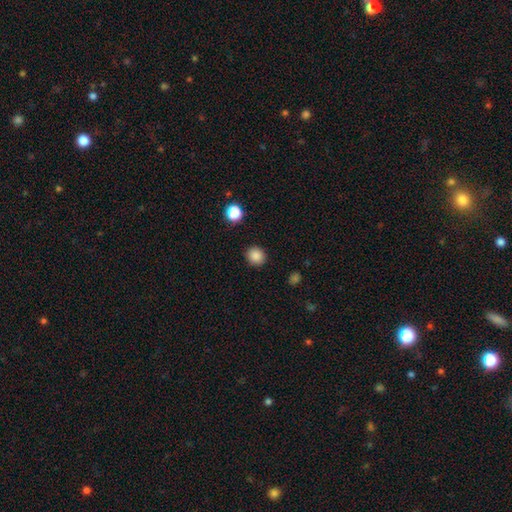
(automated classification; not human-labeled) Smooth or featured? smooth (86%)
How rounded? round (85%)
Merging? none (90%)